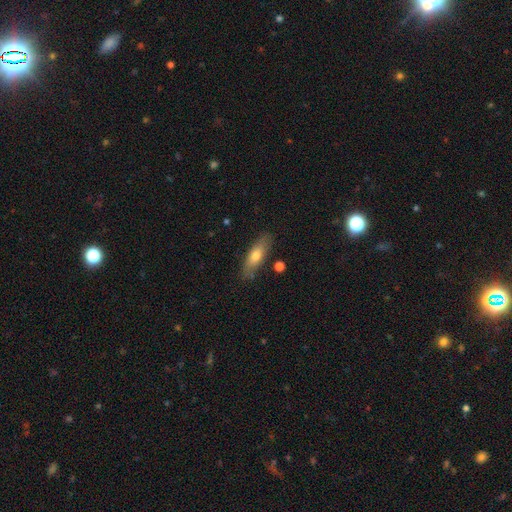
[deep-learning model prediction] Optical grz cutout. It shows a smooth galaxy with no disk features (67%) that is in between round and cigar-shaped (52%). Merging: none (81%).